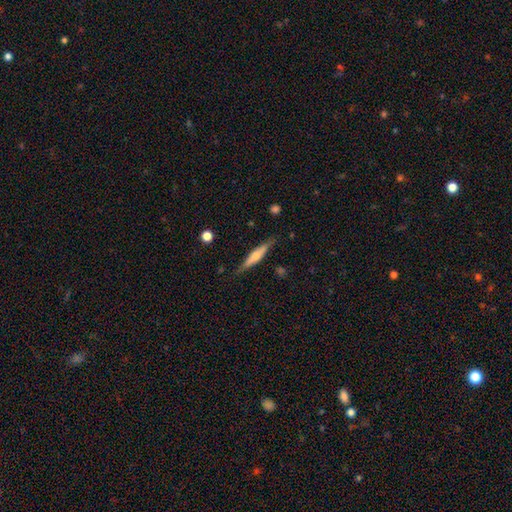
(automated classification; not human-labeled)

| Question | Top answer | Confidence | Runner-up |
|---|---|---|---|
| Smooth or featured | featured or disk | 54% | smooth (40%) |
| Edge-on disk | yes | 94% | no (6%) |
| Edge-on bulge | rounded | 79% | none (11%) |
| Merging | none | 83% | minor disturbance (12%) |